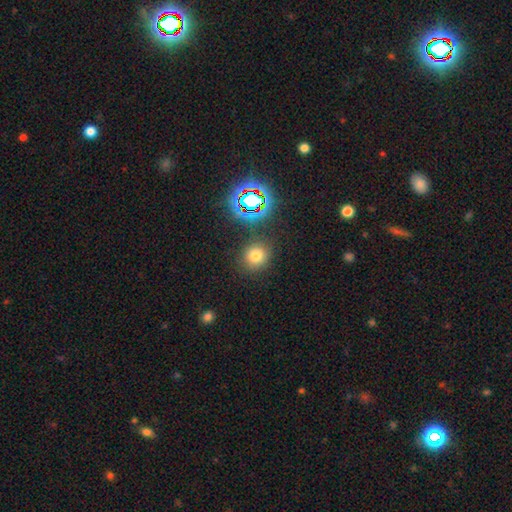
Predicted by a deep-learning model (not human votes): Morphology: type=smooth (70%); roundness=round (82%); merging=none (84%).